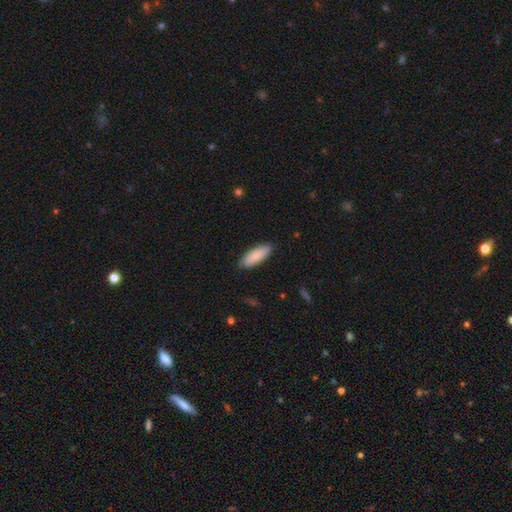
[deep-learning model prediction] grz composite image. It shows a smooth galaxy with no disk features (85%) that is in between round and cigar-shaped (67%). Merging: none (86%).